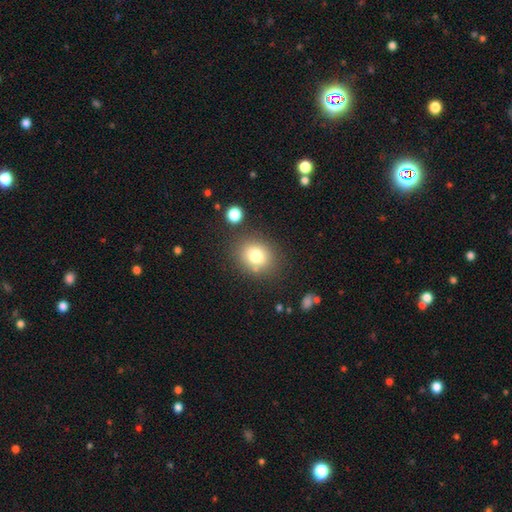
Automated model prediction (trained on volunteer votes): The model was most divided on "how rounded": round: 58%, in between: 41%, cigar-shaped: 1%. More confident: merging — none (79%); smooth or featured — smooth (78%).